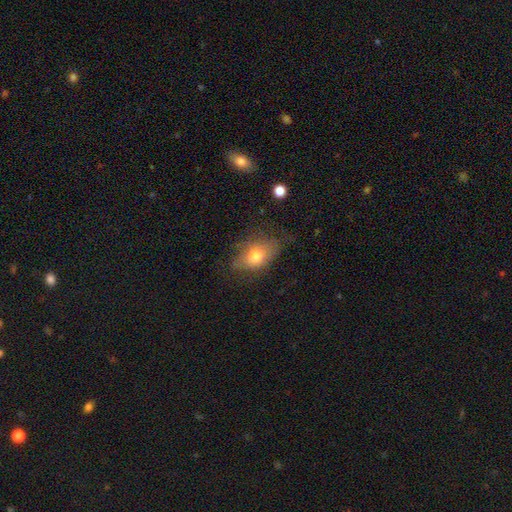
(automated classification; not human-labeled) The model was most divided on "merging": none: 59%, minor disturbance: 27%, major disturbance: 12%, merger: 2%. More confident: how rounded — in between (81%); smooth or featured — smooth (72%).